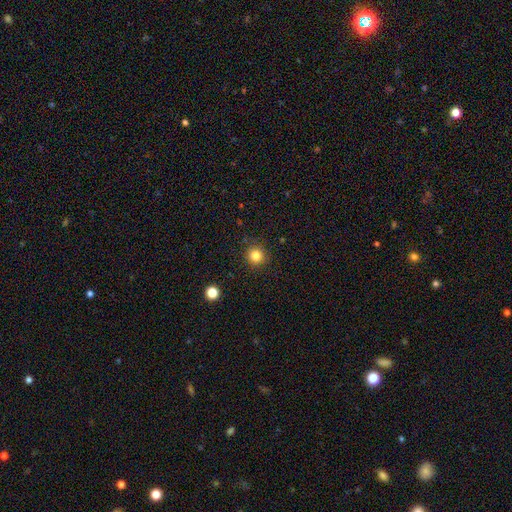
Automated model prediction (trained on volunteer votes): Overall: smooth (82%). How rounded: round (94%). Merging: none (91%).